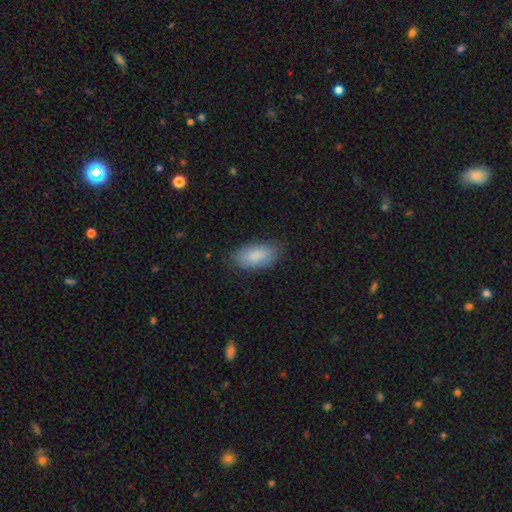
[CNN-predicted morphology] smooth 87%, featured or disk 7%, star or artifact 6%. Down the decision tree: how rounded — in between (92%); merging — none (83%).